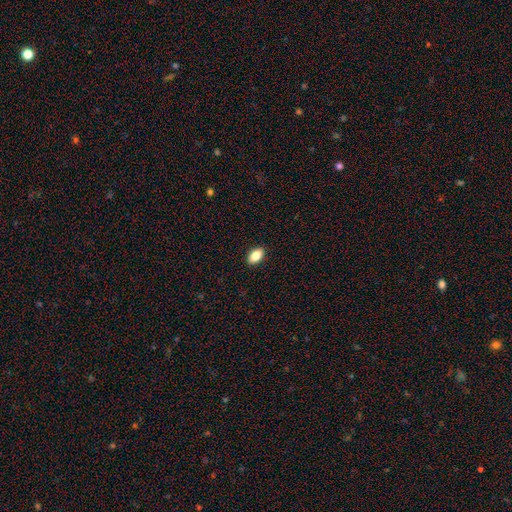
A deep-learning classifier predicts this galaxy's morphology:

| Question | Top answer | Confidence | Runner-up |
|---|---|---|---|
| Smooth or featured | smooth | 82% | featured or disk (10%) |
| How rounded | in between | 90% | round (7%) |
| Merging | none | 91% | minor disturbance (7%) |